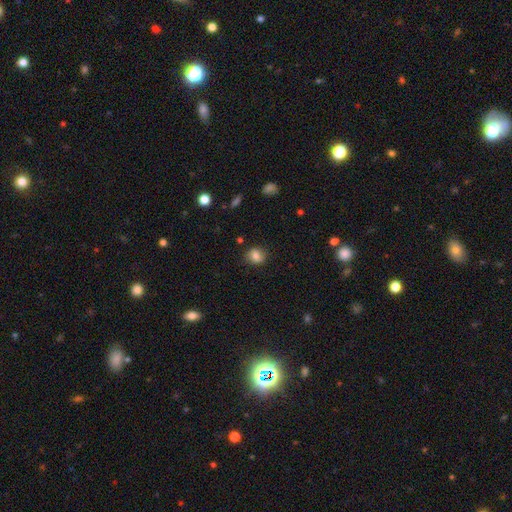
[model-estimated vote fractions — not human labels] This appears to be a smooth galaxy with no disk features (80%) that is round (67%). Merging: none (82%).